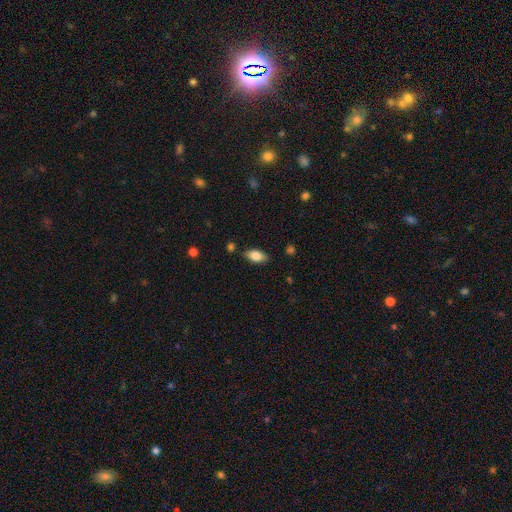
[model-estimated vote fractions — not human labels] This appears to be a smooth galaxy with no disk features (82%) that is in between round and cigar-shaped (90%). Merging: none (83%).